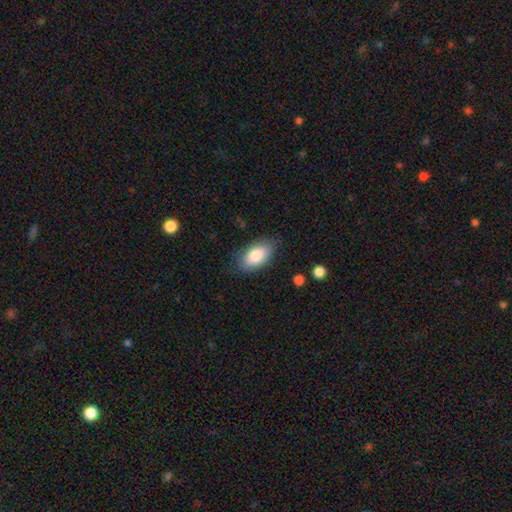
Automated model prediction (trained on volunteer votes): This appears to be a smooth galaxy with no disk features (82%) that is in between round and cigar-shaped (93%). Merging: none (78%).